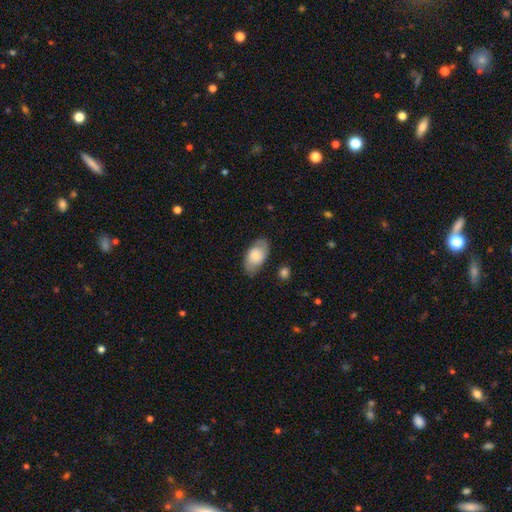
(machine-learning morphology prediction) This is likely a smooth galaxy (65%). How rounded: clearly in between (93%). Merging: likely none (76%).